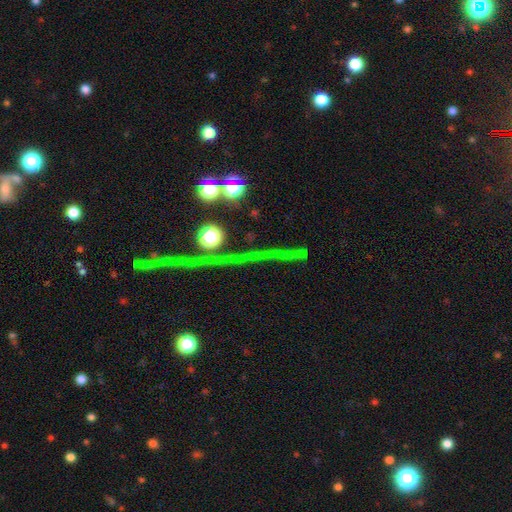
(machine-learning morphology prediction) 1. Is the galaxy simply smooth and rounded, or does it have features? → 61% star or artifact, 21% featured or disk, 17% smooth.